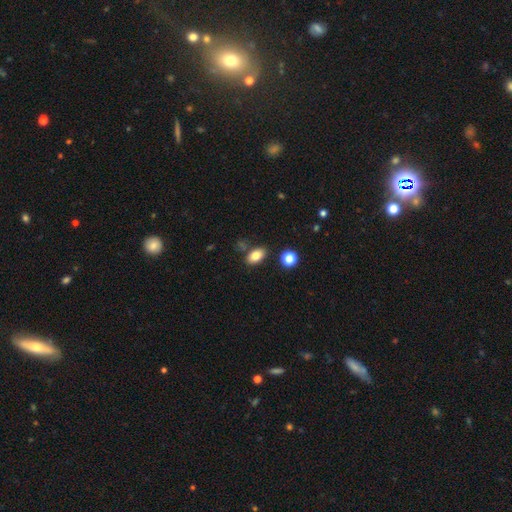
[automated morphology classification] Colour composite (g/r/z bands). It shows a smooth galaxy with no disk features (81%) that is in between round and cigar-shaped (88%). Merging: none (81%).